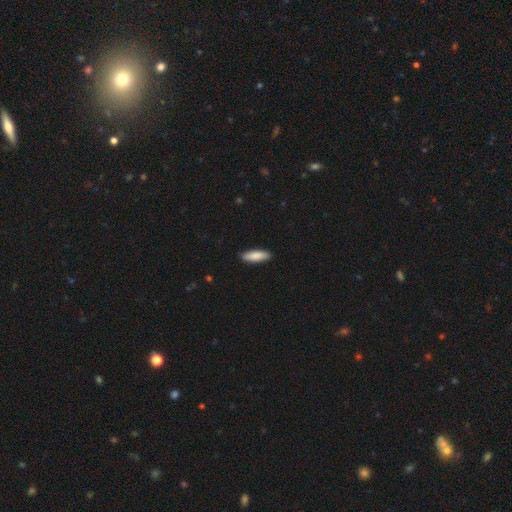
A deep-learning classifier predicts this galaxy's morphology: Q: Smooth or featured?
A: smooth (86%); runner-up: featured or disk (9%)
Q: How rounded?
A: in between (51%); runner-up: cigar-shaped (47%)
Q: Merging?
A: none (89%); runner-up: minor disturbance (9%)